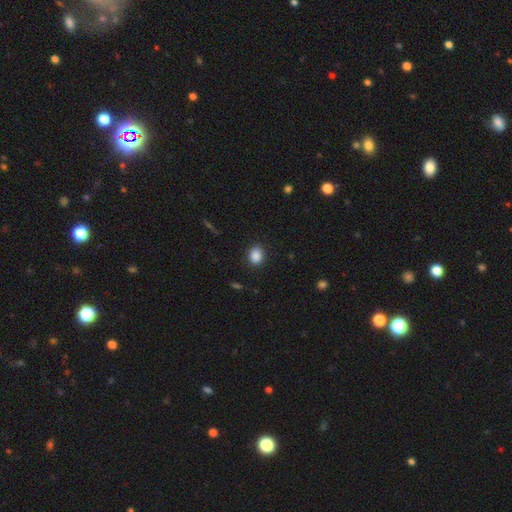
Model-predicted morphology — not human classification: Smooth or featured?
  - smooth: 88% *
  - star or artifact: 9%
  - featured or disk: 3%
How rounded?
  - round: 53% *
  - in between: 46%
  - cigar-shaped: 1%
Merging?
  - none: 89% *
  - minor disturbance: 8%
  - major disturbance: 2%
  - merger: 1%